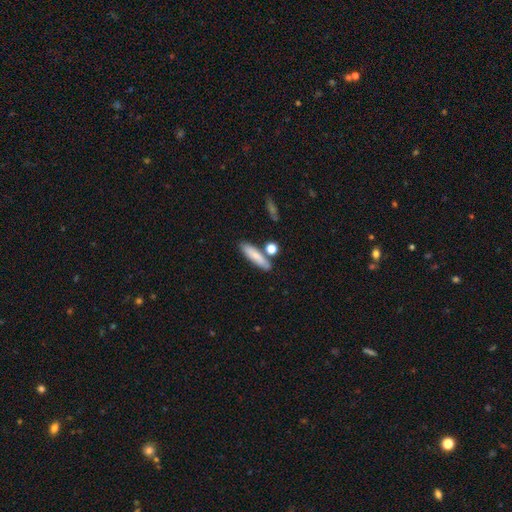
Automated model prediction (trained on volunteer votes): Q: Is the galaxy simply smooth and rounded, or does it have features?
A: smooth — 78%.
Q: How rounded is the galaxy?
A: cigar-shaped — 63%.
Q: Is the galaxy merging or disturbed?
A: none — 74%.